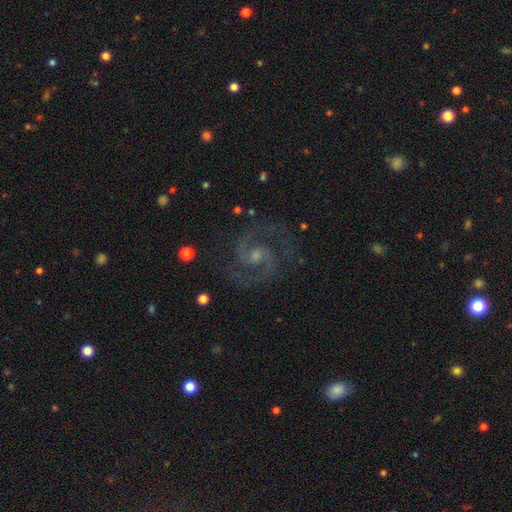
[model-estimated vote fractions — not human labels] Smooth or featured?
  - featured or disk: 92% *
  - star or artifact: 5%
  - smooth: 3%
Edge-on disk?
  - no: 98% *
  - yes: 2%
Bar?
  - weak: 47% *
  - no: 43%
  - strong: 10%
Spiral arms?
  - yes: 98% *
  - no: 2%
Spiral winding?
  - medium: 67% *
  - tight: 23%
  - loose: 10%
Spiral arm count?
  - 2: 93% *
  - 3: 2%
  - can't tell: 2%
  - 1: 1%
  - 4: 1%
  - more than 4: 1%
Bulge size?
  - small: 44% * (tied)
  - moderate: 44% * (tied)
  - none: 8%
  - large: 3%
  - dominant: 1%
Merging?
  - none: 80% *
  - minor disturbance: 13%
  - major disturbance: 5%
  - merger: 1%